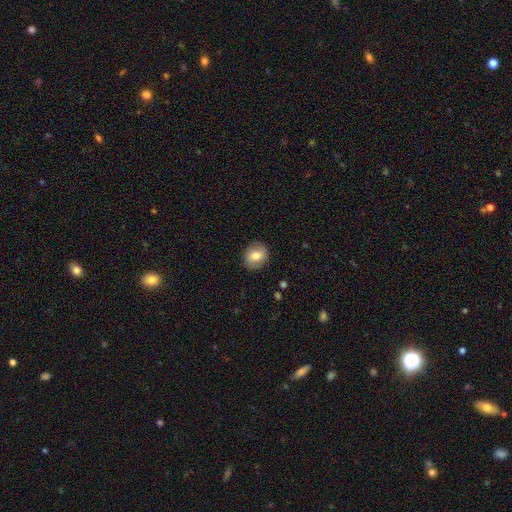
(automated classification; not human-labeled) Morphology: type=smooth (73%); roundness=round (72%); merging=none (88%).